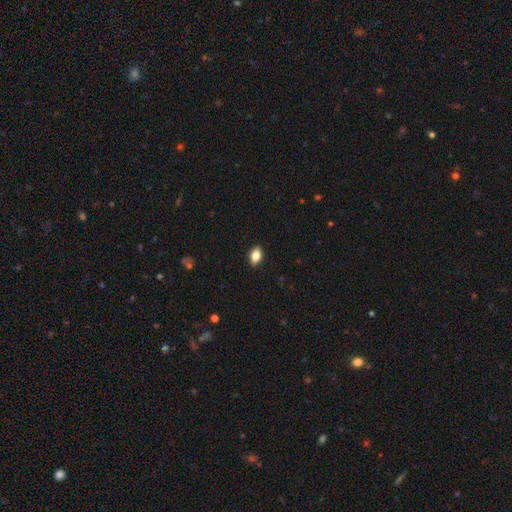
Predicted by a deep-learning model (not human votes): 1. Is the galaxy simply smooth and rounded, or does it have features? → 82% smooth, 10% featured or disk, 8% star or artifact.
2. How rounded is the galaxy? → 87% in between, 10% round, 3% cigar-shaped.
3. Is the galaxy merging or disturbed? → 89% none, 8% minor disturbance, 2% major disturbance, 1% merger.